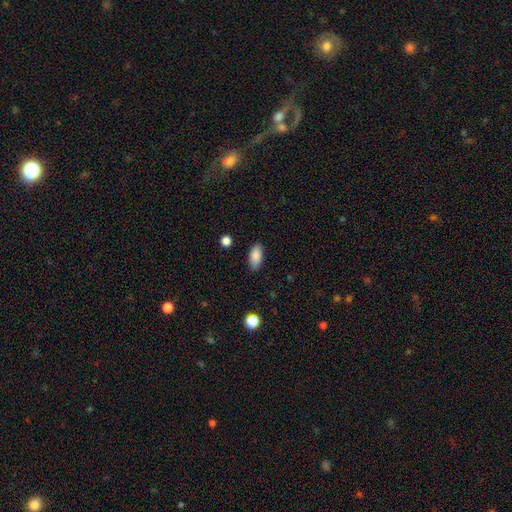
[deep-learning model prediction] Morphology: type=smooth (87%); roundness=in between (91%); merging=none (86%).